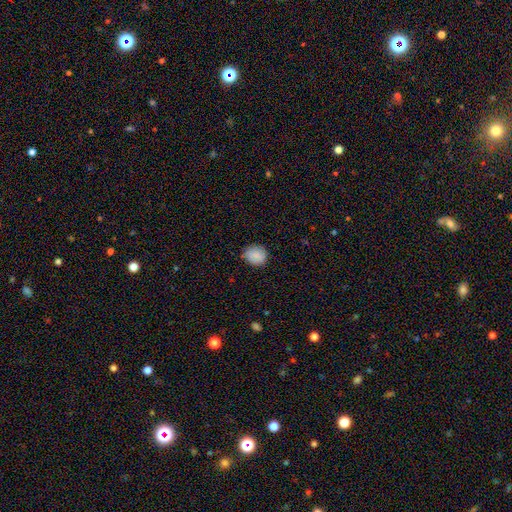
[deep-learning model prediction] This is clearly a smooth galaxy (87%). How rounded: clearly round (80%). Merging: clearly none (81%).